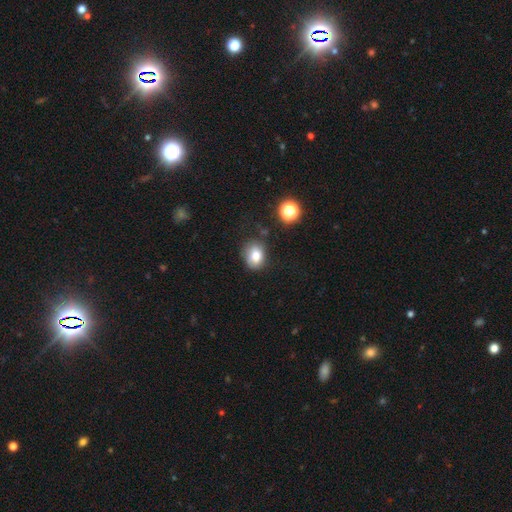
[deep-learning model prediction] Smooth or featured: smooth — 80% (star or artifact — 11%)
How rounded: in between — 61% (round — 38%)
Merging: none — 67% (minor disturbance — 22%)